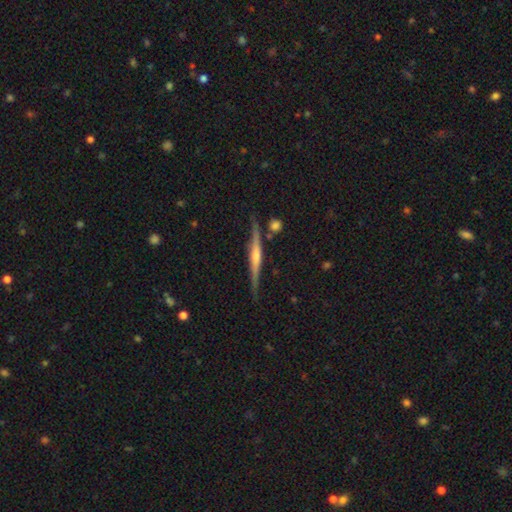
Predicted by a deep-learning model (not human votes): Q: Smooth or featured?
A: featured or disk (82%); runner-up: smooth (12%)
Q: Edge-on disk?
A: yes (98%); runner-up: no (2%)
Q: Edge-on bulge?
A: rounded (77%); runner-up: boxy (11%)
Q: Merging?
A: none (87%); runner-up: minor disturbance (8%)